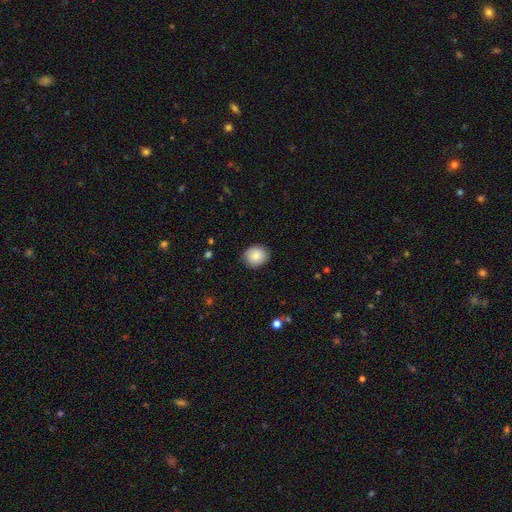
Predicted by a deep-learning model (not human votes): Overall: smooth (85%). How rounded: round (61%; in between 38%). Merging: none (85%).